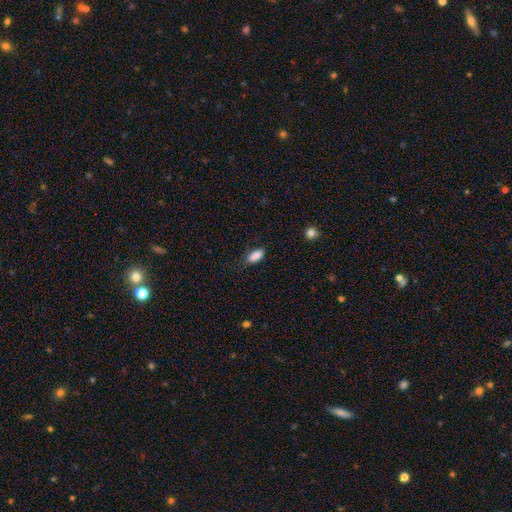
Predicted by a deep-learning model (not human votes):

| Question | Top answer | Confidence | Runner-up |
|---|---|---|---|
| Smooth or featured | smooth | 88% | star or artifact (8%) |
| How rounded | in between | 84% | cigar-shaped (13%) |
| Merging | none | 79% | minor disturbance (16%) |